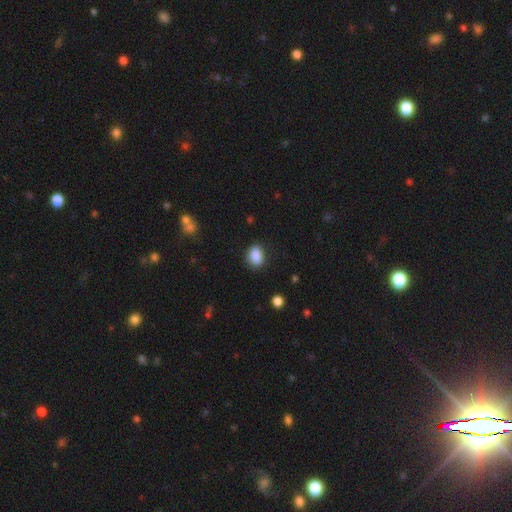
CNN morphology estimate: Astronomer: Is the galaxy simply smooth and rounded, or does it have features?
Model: smooth — 88%.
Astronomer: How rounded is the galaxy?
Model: in between — 69%.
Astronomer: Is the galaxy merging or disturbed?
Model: none — 83%.